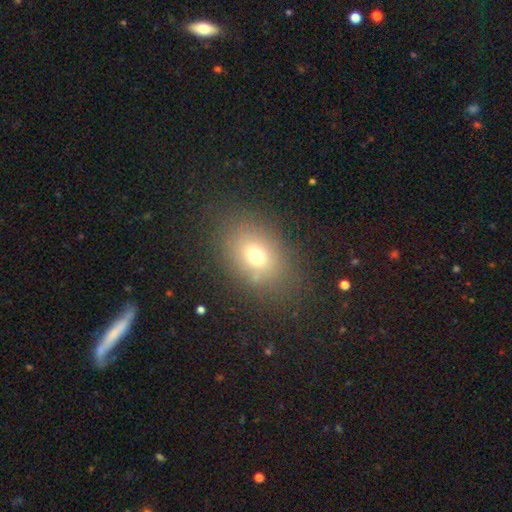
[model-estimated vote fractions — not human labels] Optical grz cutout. It shows a smooth galaxy with no disk features (69%) that is in between round and cigar-shaped (69%). Merging: none (81%).